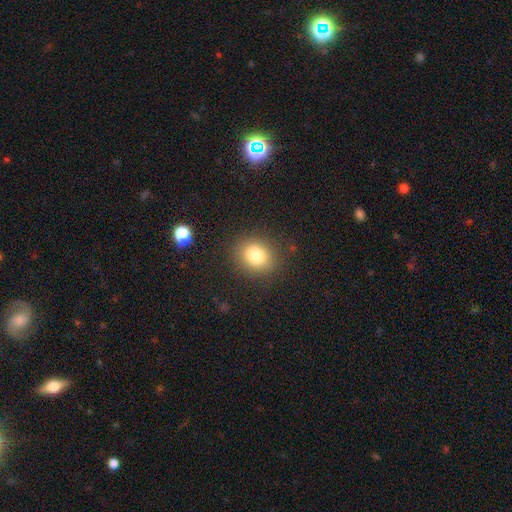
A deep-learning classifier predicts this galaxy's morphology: smooth 80%, star or artifact 12%, featured or disk 8%. Down the decision tree: how rounded — round (69%); merging — none (86%).